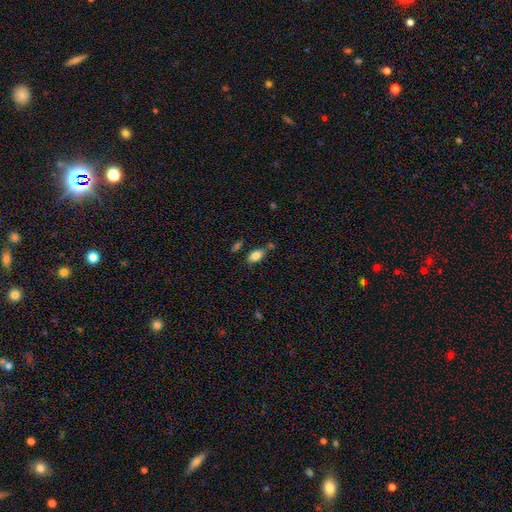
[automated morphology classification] This is clearly a smooth galaxy (84%). How rounded: clearly in between (90%). Merging: likely none (69%).